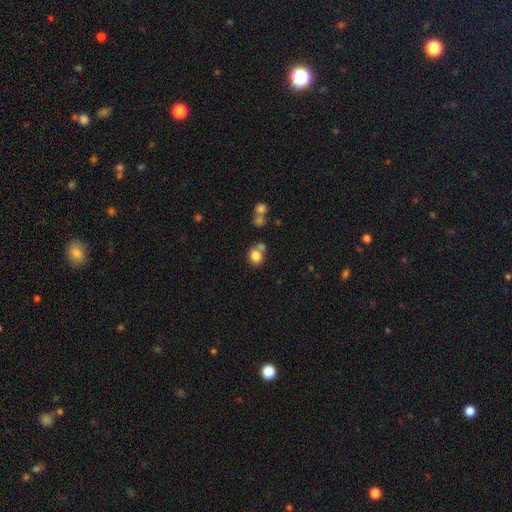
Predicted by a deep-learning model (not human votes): Smooth or featured?
  - smooth: 80% *
  - star or artifact: 11%
  - featured or disk: 9%
How rounded?
  - round: 67% *
  - in between: 32%
  - cigar-shaped: 1%
Merging?
  - none: 56% *
  - merger: 25%
  - minor disturbance: 14%
  - major disturbance: 5%